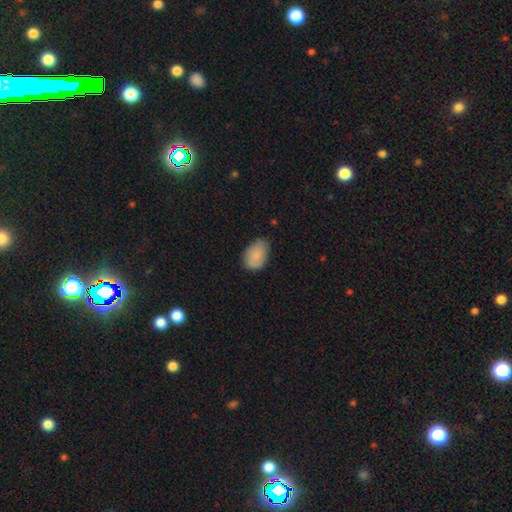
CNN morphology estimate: A smooth galaxy with no disk features (83%) that is in between round and cigar-shaped (85%). Merging: none (70%).